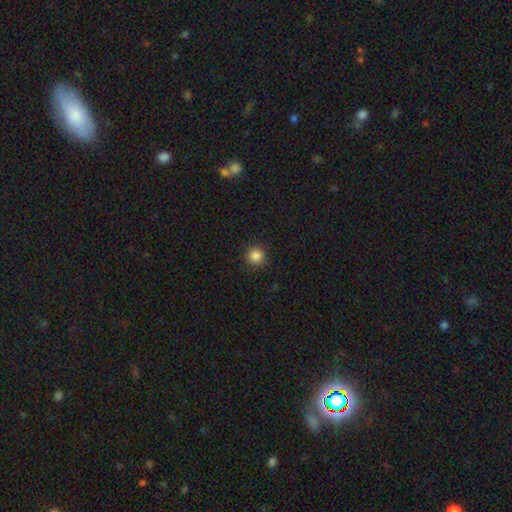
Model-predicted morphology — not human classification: smooth 86%, star or artifact 11%, featured or disk 3%. Down the decision tree: how rounded — round (96%); merging — none (92%).